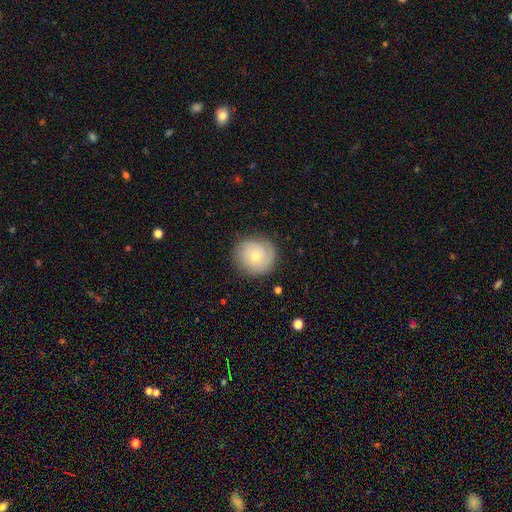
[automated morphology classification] Q: Smooth or featured?
A: smooth (54%); runner-up: featured or disk (38%)
Q: How rounded?
A: round (86%); runner-up: in between (13%)
Q: Merging?
A: none (82%); runner-up: minor disturbance (13%)